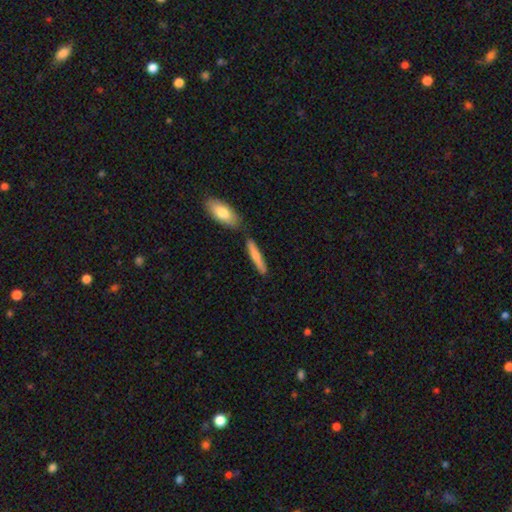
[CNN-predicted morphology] smooth_or_featured: smooth (p=0.72) [alt: featured or disk p=0.23]
how_rounded: cigar-shaped (p=0.88) [alt: in between p=0.10]
merging: none (p=0.74) [alt: minor disturbance p=0.12]